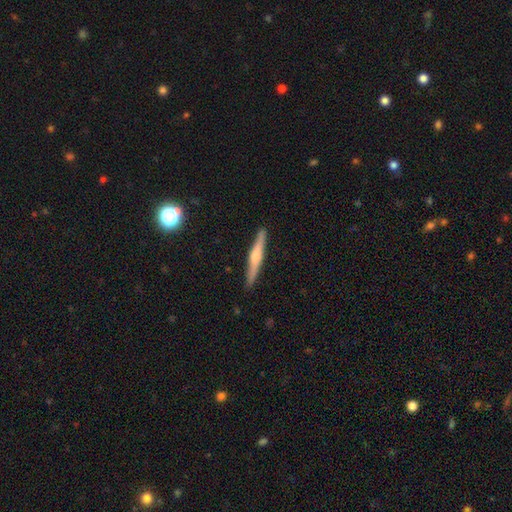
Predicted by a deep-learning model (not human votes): The model was most divided on "smooth or featured": featured or disk: 64%, smooth: 30%, star or artifact: 6%. More confident: edge-on disk — yes (98%); merging — none (91%); edge-on bulge — rounded (80%).